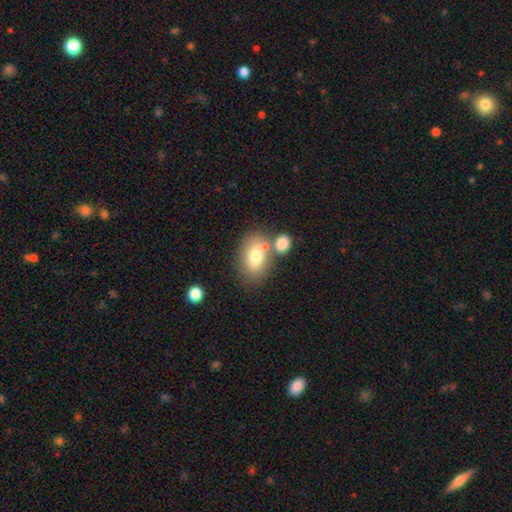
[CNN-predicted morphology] smooth-or-featured: smooth: 73% | featured or disk: 18% | star or artifact: 9%
  how-rounded: in between: 82% | round: 17% | cigar-shaped: 2%
  merging: none: 57% | merger: 24% | minor disturbance: 14% | major disturbance: 5%